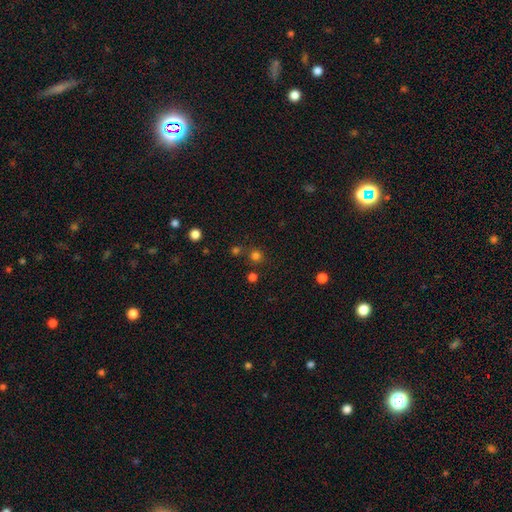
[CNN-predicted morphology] Smooth or featured? smooth (72%)
How rounded? round (93%)
Merging? none (77%)